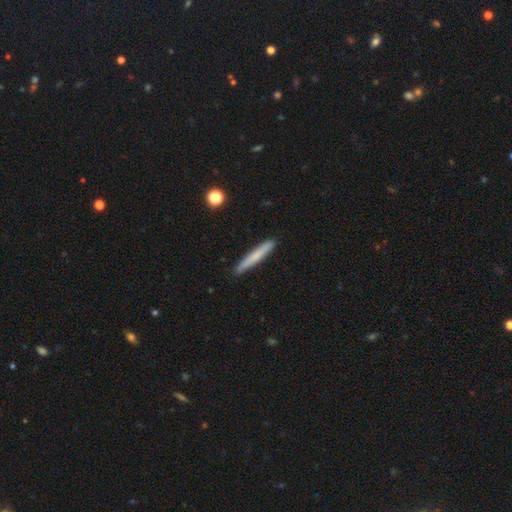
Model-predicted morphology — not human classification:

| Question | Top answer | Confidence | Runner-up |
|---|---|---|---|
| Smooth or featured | smooth | 70% | featured or disk (25%) |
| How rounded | cigar-shaped | 96% | in between (3%) |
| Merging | none | 90% | minor disturbance (7%) |